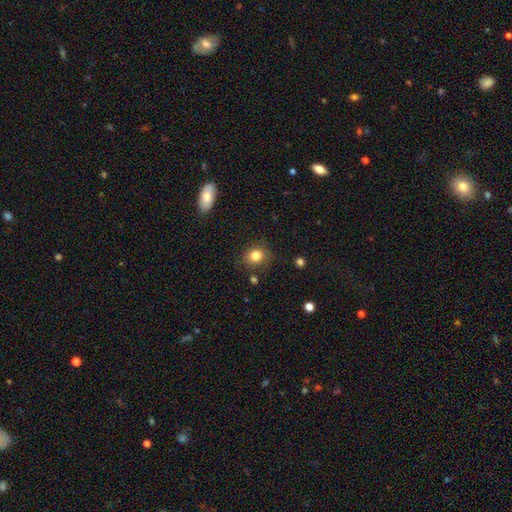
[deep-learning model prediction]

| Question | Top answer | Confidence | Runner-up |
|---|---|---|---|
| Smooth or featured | smooth | 82% | star or artifact (11%) |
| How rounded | round | 65% | in between (34%) |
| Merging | none | 79% | minor disturbance (14%) |